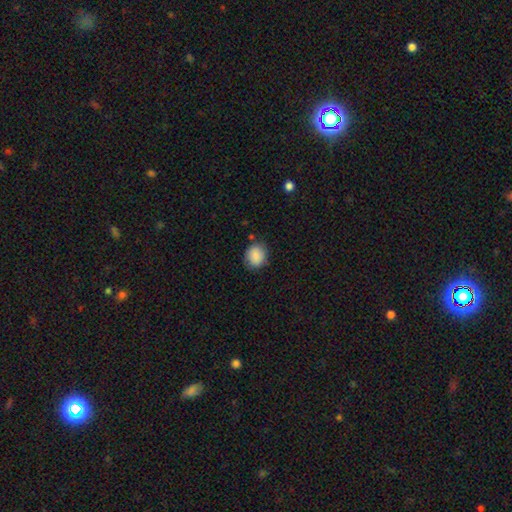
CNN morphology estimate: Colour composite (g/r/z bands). It shows a smooth galaxy with no disk features (87%) that is round (67%). Merging: none (78%).